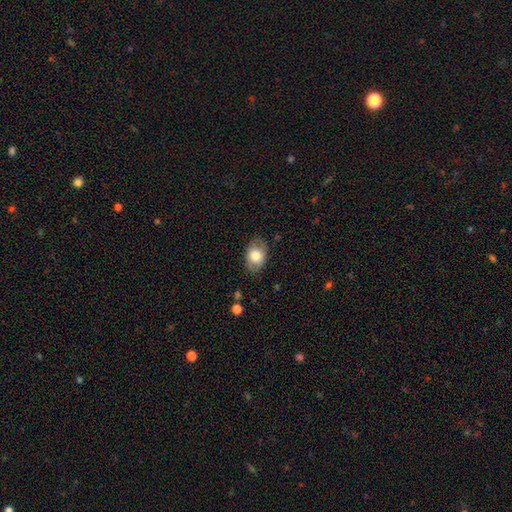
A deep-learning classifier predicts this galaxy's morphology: Q: Smooth or featured?
A: smooth (78%); runner-up: featured or disk (15%)
Q: How rounded?
A: in between (80%); runner-up: round (19%)
Q: Merging?
A: none (81%); runner-up: minor disturbance (14%)